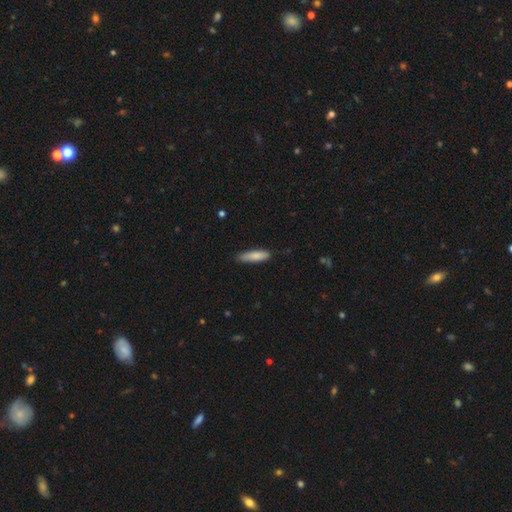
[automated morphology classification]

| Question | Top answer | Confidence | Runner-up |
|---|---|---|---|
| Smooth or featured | smooth | 83% | featured or disk (11%) |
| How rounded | cigar-shaped | 70% | in between (29%) |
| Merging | none | 80% | minor disturbance (17%) |